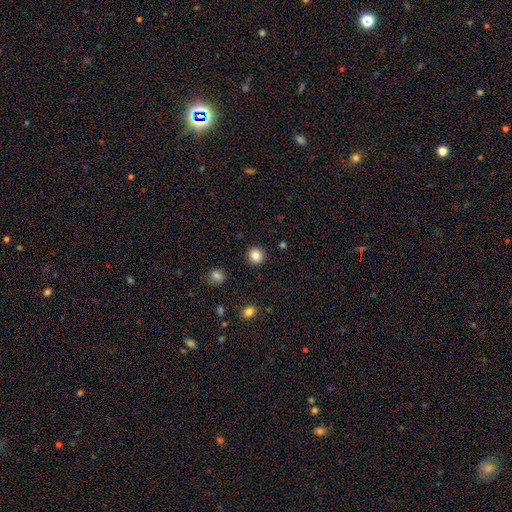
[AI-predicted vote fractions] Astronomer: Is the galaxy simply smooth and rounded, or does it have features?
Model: smooth — 85%.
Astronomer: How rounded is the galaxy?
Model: round — 93%.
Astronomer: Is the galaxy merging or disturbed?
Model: none — 92%.